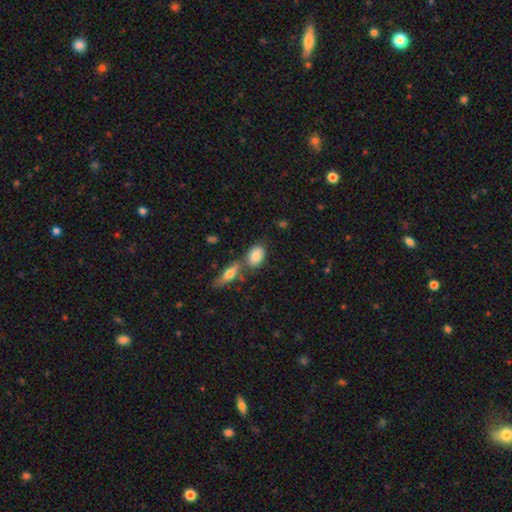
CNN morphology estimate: A smooth galaxy with no disk features (83%) that is in between round and cigar-shaped (84%). Merging: none (52%).